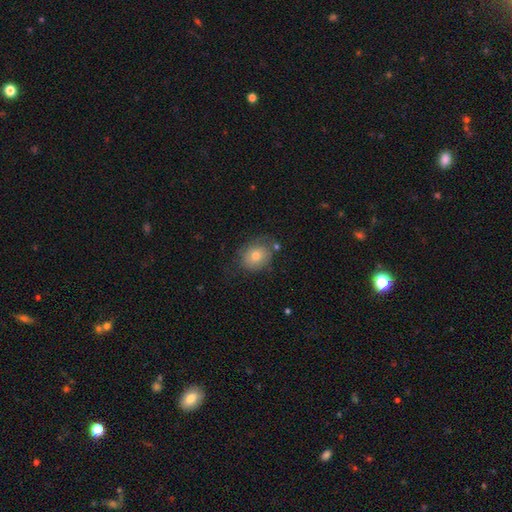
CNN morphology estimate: A smooth galaxy with no disk features (70%) that is round (56%). Merging: none (68%).